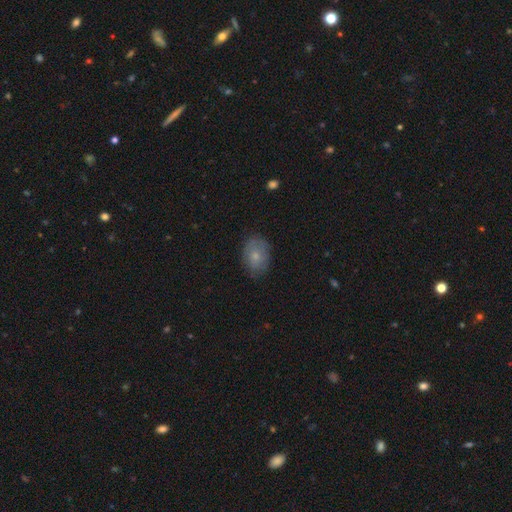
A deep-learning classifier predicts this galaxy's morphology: Smooth or featured? smooth (70%)
How rounded? in between (72%)
Merging? none (77%)